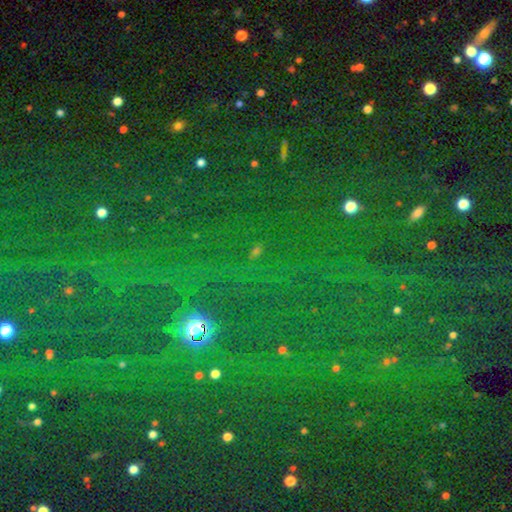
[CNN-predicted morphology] Smooth or featured?
  - star or artifact: 81% *
  - smooth: 12%
  - featured or disk: 7%